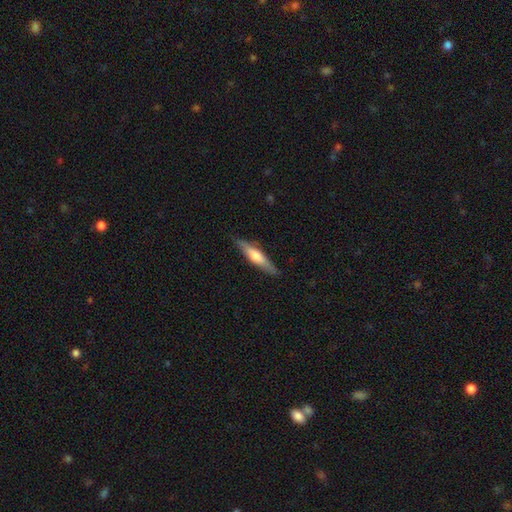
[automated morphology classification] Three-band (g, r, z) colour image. It shows a smooth galaxy with no disk features (49%). Merging: none (85%).